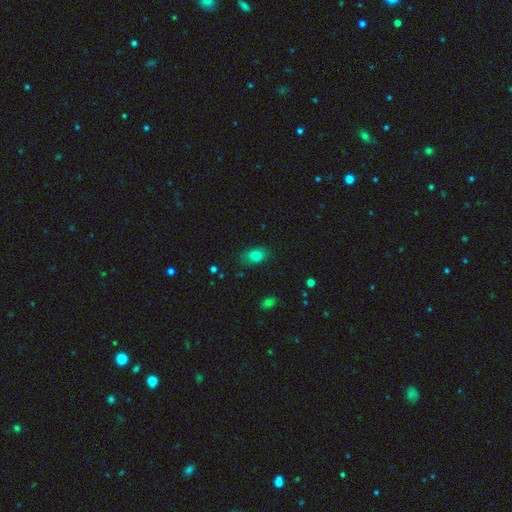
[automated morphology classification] Smooth or featured?
  - smooth: 79% *
  - star or artifact: 12%
  - featured or disk: 10%
How rounded?
  - in between: 78% *
  - round: 20%
  - cigar-shaped: 2%
Merging?
  - none: 81% *
  - minor disturbance: 14%
  - major disturbance: 3%
  - merger: 1%